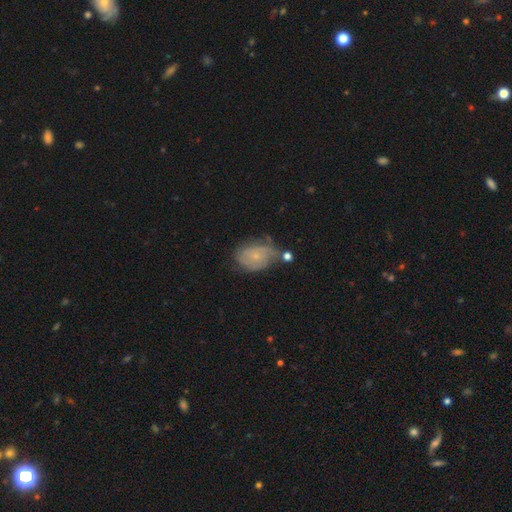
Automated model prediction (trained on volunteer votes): Smooth or featured? Predicted: featured or disk (p=0.50). Merging? Predicted: none (p=0.45).